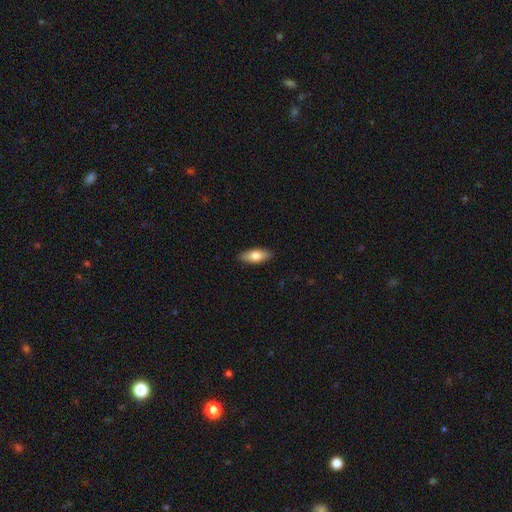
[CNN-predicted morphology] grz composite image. It shows a smooth galaxy with no disk features (74%) that is in between round and cigar-shaped (74%). Merging: none (89%).